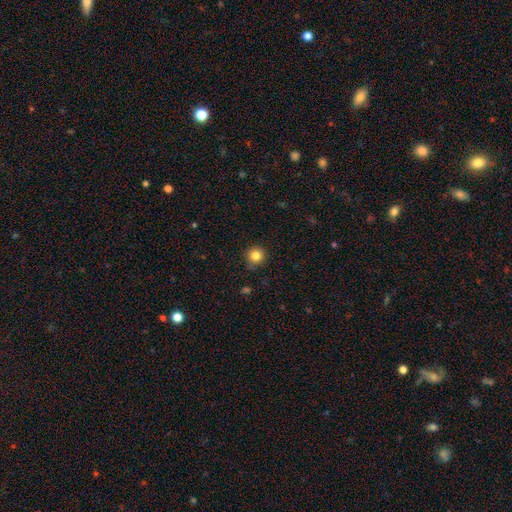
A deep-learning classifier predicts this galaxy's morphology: Smooth or featured: smooth — 83% (star or artifact — 12%)
How rounded: round — 94% (in between — 5%)
Merging: none — 88% (minor disturbance — 9%)